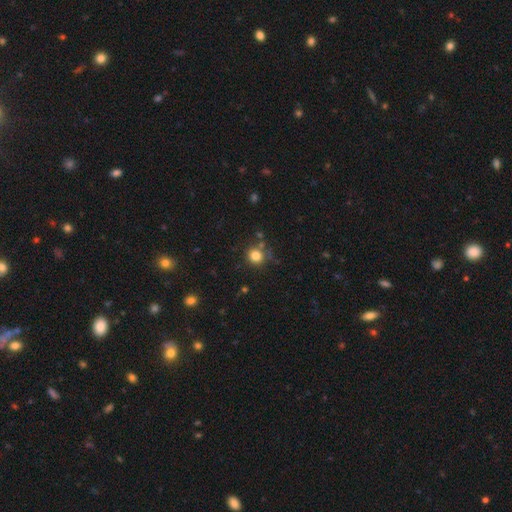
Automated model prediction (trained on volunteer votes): This is clearly a smooth galaxy (82%). How rounded: clearly round (89%). Merging: likely none (75%).